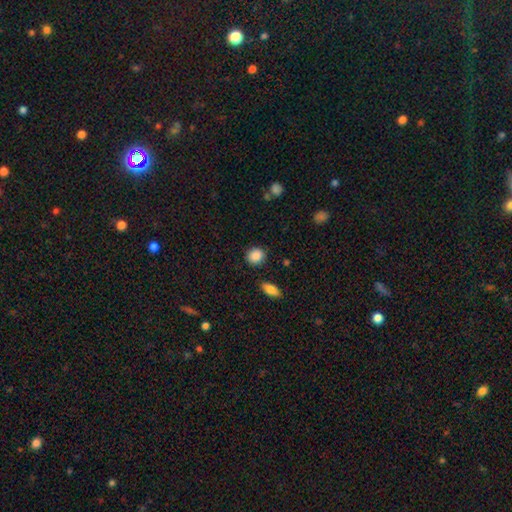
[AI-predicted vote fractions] smooth_or_featured: smooth (p=0.88) [alt: star or artifact p=0.08]
how_rounded: round (p=0.78) [alt: in between p=0.20]
merging: none (p=0.85) [alt: minor disturbance p=0.10]